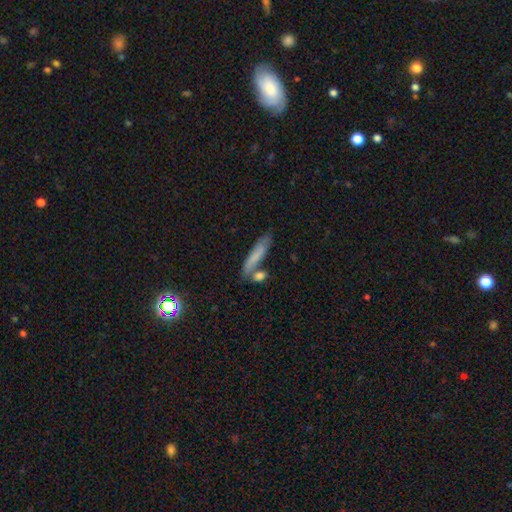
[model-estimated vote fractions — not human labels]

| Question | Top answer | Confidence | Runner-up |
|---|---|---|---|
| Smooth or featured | smooth | 73% | featured or disk (19%) |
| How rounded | cigar-shaped | 75% | in between (22%) |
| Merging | none | 57% | merger (20%) |